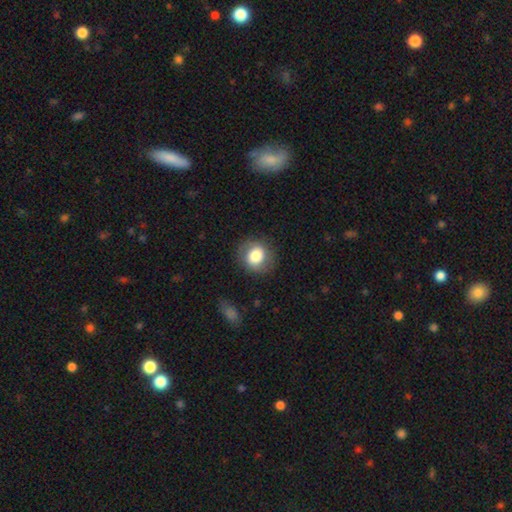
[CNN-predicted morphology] smooth 78%, featured or disk 14%, star or artifact 8%. Down the decision tree: how rounded — round (80%); merging — none (83%).